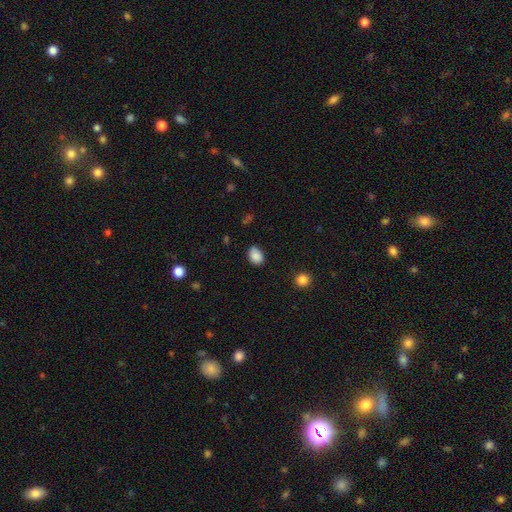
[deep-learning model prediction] Smooth or featured?
  - smooth: 88% *
  - star or artifact: 9%
  - featured or disk: 4%
How rounded?
  - in between: 71% *
  - round: 28%
  - cigar-shaped: 1%
Merging?
  - none: 78% *
  - minor disturbance: 17%
  - major disturbance: 3%
  - merger: 2%